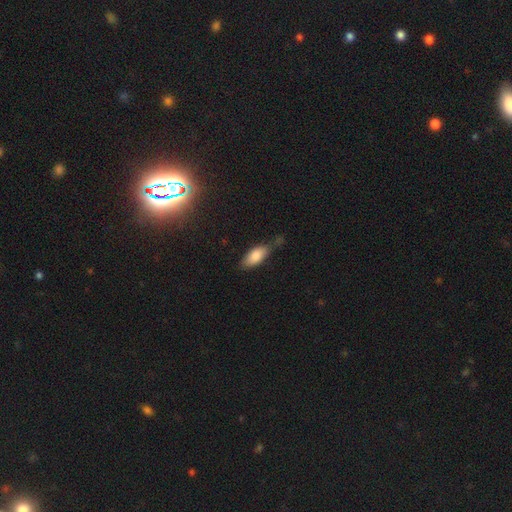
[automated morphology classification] Smooth or featured? Predicted: smooth (p=0.80). How rounded? Predicted: in between (p=0.82). Merging? Predicted: none (p=0.56).